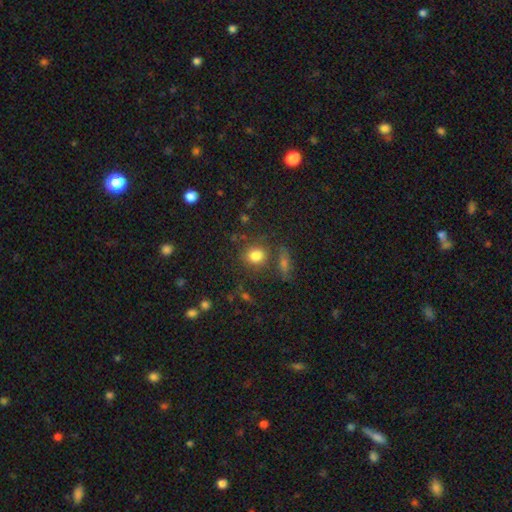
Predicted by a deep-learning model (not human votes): Smooth or featured: smooth — 80% (star or artifact — 12%)
How rounded: round — 75% (in between — 24%)
Merging: none — 71% (minor disturbance — 13%)